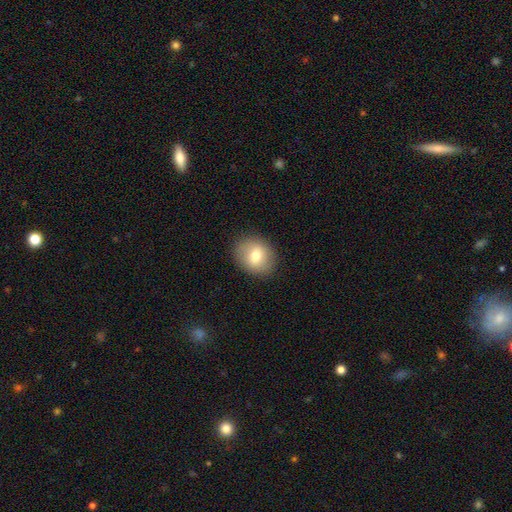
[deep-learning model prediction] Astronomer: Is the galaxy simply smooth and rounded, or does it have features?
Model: smooth — 73%.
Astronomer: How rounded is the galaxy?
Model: round — 60% (runner-up: in between, 39%).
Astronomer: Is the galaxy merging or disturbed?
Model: none — 87%.